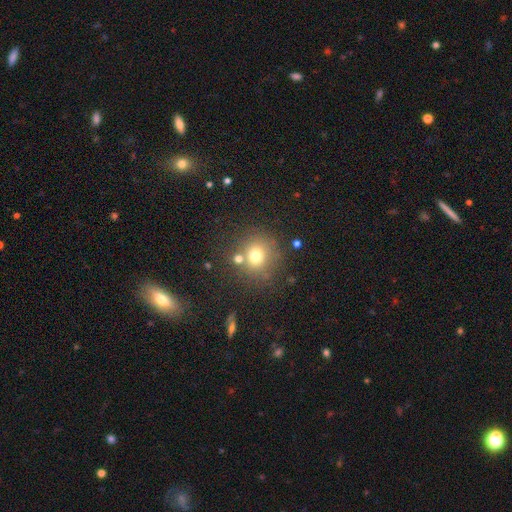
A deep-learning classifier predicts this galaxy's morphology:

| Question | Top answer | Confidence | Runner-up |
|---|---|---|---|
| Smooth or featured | smooth | 72% | star or artifact (16%) |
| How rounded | round | 88% | in between (11%) |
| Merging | none | 72% | merger (14%) |